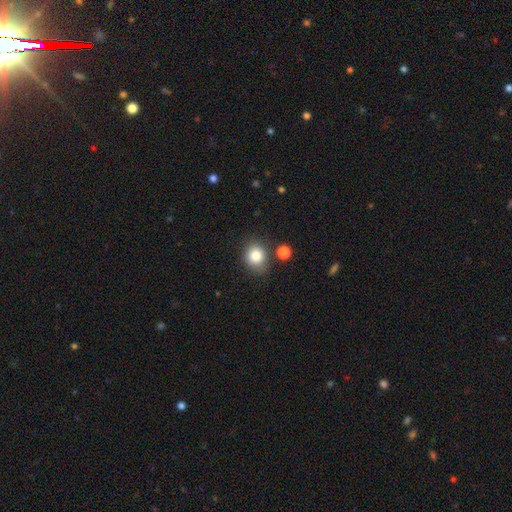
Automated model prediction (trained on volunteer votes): Smooth or featured? smooth (83%)
How rounded? round (72%)
Merging? none (75%)